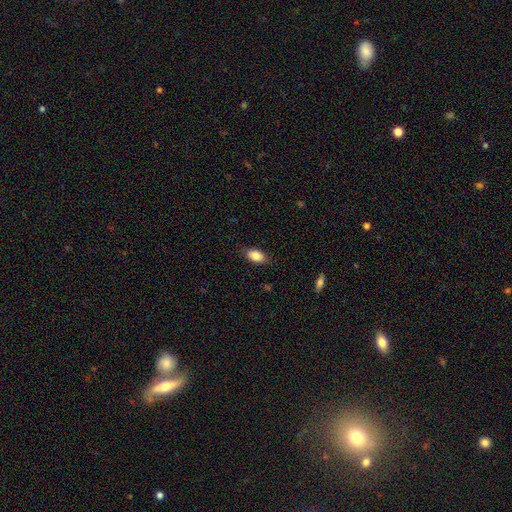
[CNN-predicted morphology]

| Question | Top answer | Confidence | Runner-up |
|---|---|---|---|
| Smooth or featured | smooth | 84% | featured or disk (8%) |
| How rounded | in between | 90% | round (6%) |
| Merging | none | 83% | minor disturbance (14%) |